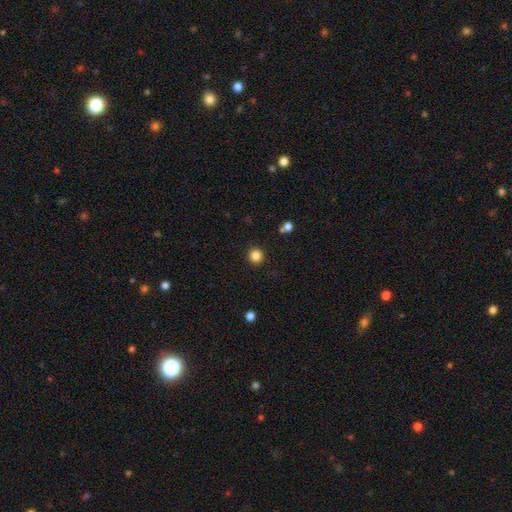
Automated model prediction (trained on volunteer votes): Overall: smooth (84%). How rounded: round (93%). Merging: none (92%).